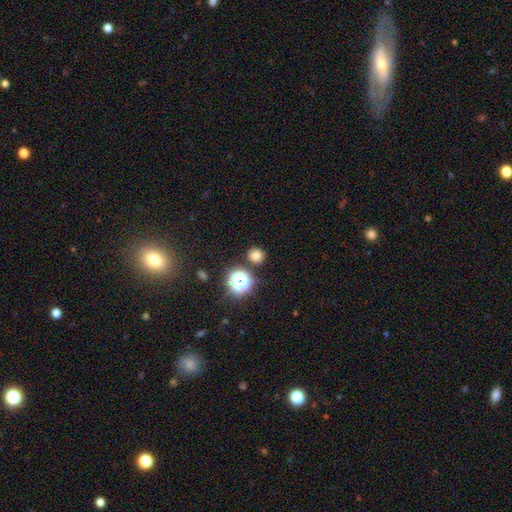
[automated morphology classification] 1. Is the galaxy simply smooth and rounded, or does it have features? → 75% smooth, 20% star or artifact, 5% featured or disk.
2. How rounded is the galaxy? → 90% round, 9% in between, 1% cigar-shaped.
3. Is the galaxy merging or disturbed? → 87% none, 6% minor disturbance, 5% merger, 2% major disturbance.